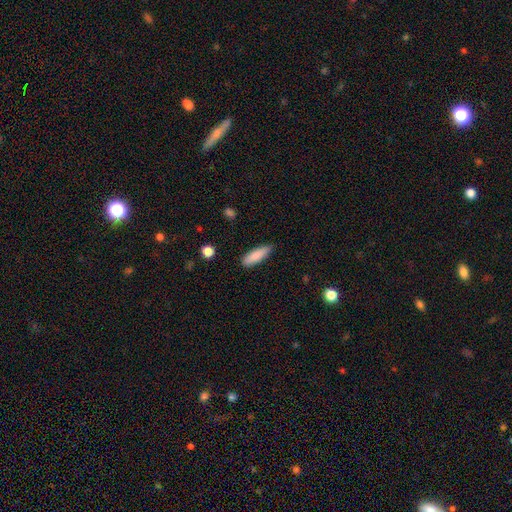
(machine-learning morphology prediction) A smooth galaxy with no disk features (85%) that is cigar-shaped (54%).

Vote fractions:
- Smooth or featured? smooth: 85% / featured or disk: 8% / star or artifact: 6%
- How rounded? cigar-shaped: 54% / in between: 44% / round: 2%
- Merging? none: 84% / minor disturbance: 13% / major disturbance: 2% / merger: 1%